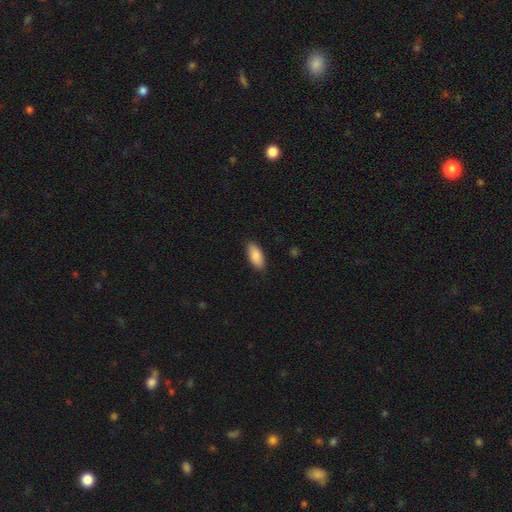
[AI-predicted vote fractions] Smooth or featured? Predicted: smooth (p=0.89). How rounded? Predicted: in between (p=0.87). Merging? Predicted: none (p=0.87).